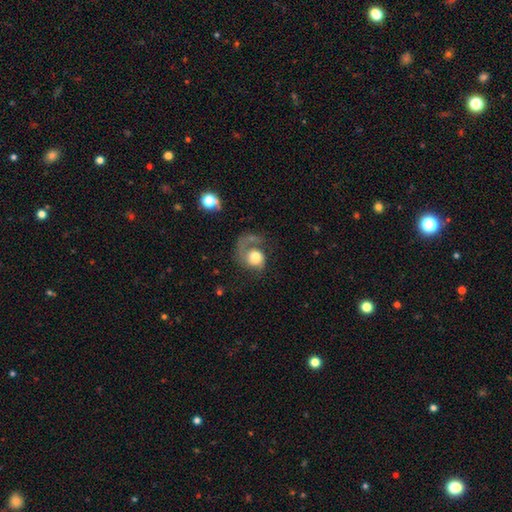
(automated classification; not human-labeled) Smooth or featured? Predicted: featured or disk (p=0.58). Edge-on disk? Predicted: no (p=0.98). Bar? Predicted: no (p=0.78). Spiral arms? Predicted: yes (p=0.84). Bulge size? Predicted: moderate (p=0.49). Merging? Predicted: major disturbance (p=0.49).